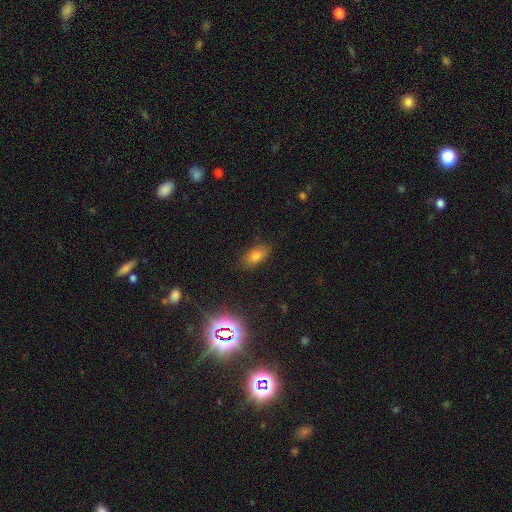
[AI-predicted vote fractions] Q: Smooth or featured?
A: smooth (75%); runner-up: star or artifact (14%)
Q: How rounded?
A: in between (87%); runner-up: cigar-shaped (8%)
Q: Merging?
A: none (83%); runner-up: minor disturbance (12%)